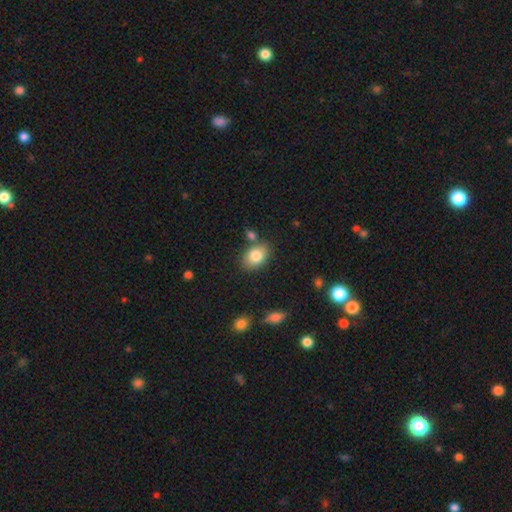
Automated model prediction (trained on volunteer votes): smooth-or-featured: smooth: 81% | featured or disk: 11% | star or artifact: 8%
  how-rounded: in between: 82% | round: 17% | cigar-shaped: 1%
  merging: none: 75% | minor disturbance: 12% | merger: 9% | major disturbance: 3%